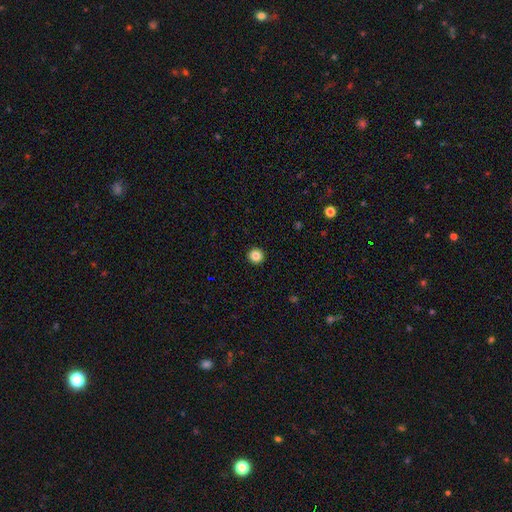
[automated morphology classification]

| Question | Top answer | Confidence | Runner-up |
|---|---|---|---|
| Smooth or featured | smooth | 85% | star or artifact (11%) |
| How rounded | round | 95% | in between (4%) |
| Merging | none | 94% | minor disturbance (4%) |